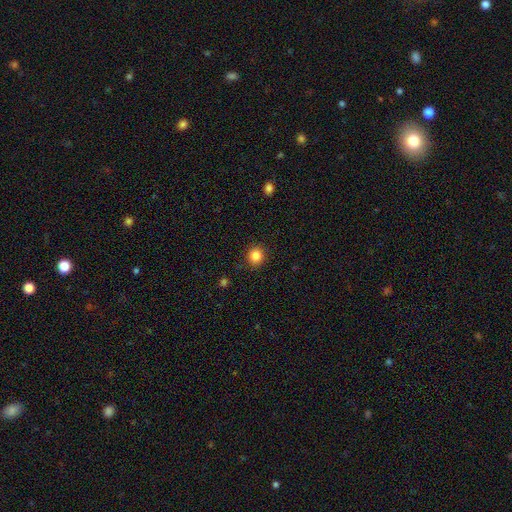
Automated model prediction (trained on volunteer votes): Q: Smooth or featured?
A: smooth (85%); runner-up: star or artifact (11%)
Q: How rounded?
A: round (88%); runner-up: in between (12%)
Q: Merging?
A: none (90%); runner-up: minor disturbance (7%)